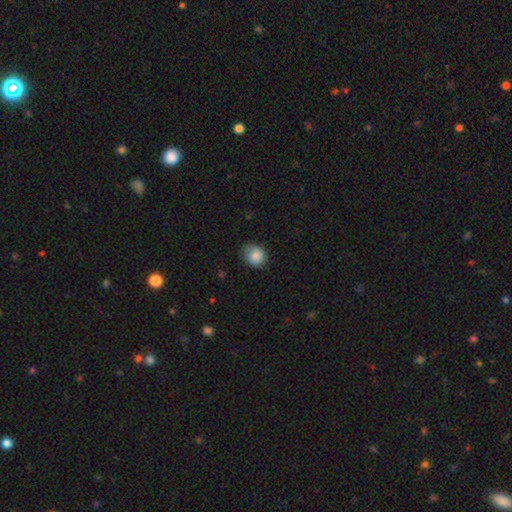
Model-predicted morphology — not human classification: Smooth or featured?
  - smooth: 85% *
  - star or artifact: 8%
  - featured or disk: 7%
How rounded?
  - round: 71% *
  - in between: 28%
  - cigar-shaped: 1%
Merging?
  - none: 71% *
  - minor disturbance: 23%
  - major disturbance: 5%
  - merger: 1%